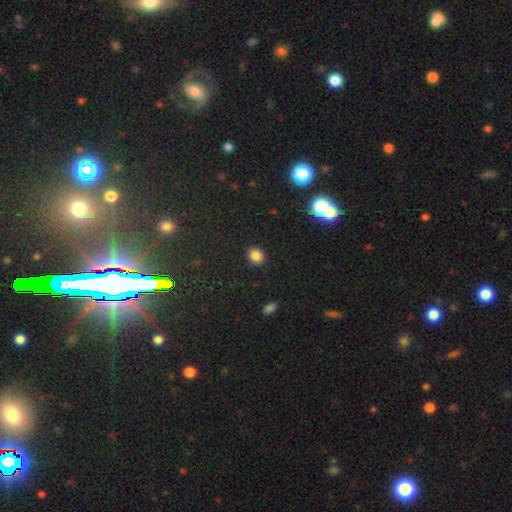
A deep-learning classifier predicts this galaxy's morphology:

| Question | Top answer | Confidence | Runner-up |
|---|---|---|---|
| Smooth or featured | smooth | 85% | star or artifact (11%) |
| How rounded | in between | 50% | round (49%) |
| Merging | none | 89% | minor disturbance (8%) |